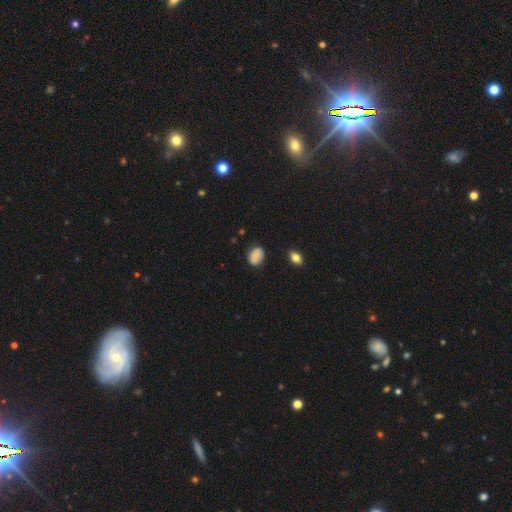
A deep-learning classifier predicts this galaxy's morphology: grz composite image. It shows a smooth galaxy with no disk features (84%) that is in between round and cigar-shaped (70%). Merging: none (75%).